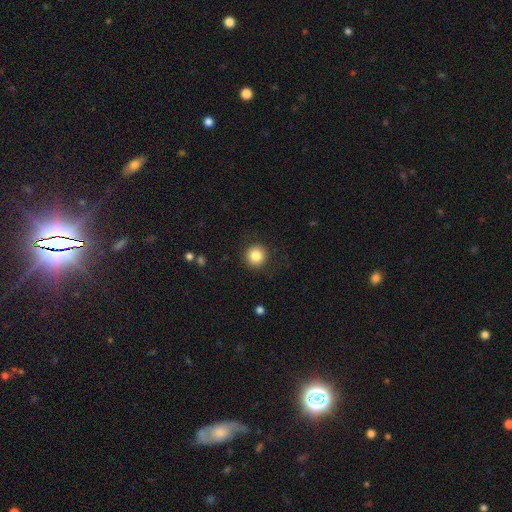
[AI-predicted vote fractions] This appears to be a smooth galaxy with no disk features (85%) that is round (94%). Merging: none (90%).